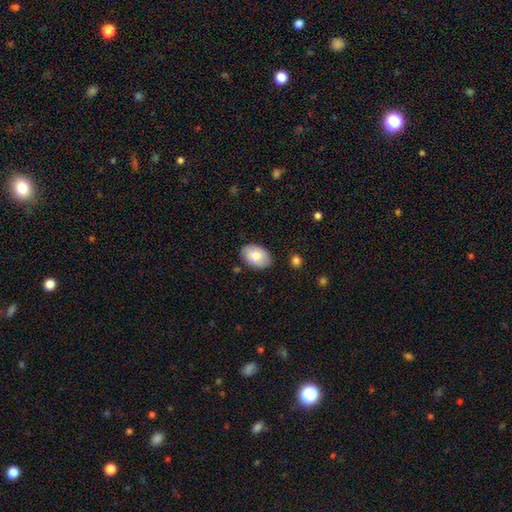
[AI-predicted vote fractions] Smooth or featured? Predicted: smooth (p=0.82). How rounded? Predicted: in between (p=0.88). Merging? Predicted: none (p=0.83).